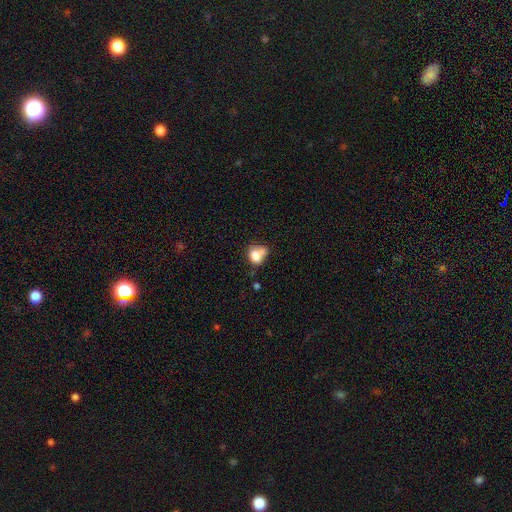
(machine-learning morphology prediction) Smooth or featured?
  - smooth: 75% *
  - featured or disk: 14%
  - star or artifact: 11%
How rounded?
  - round: 51% *
  - in between: 47%
  - cigar-shaped: 1%
Merging?
  - merger: 37% *
  - none: 33%
  - minor disturbance: 20%
  - major disturbance: 11%